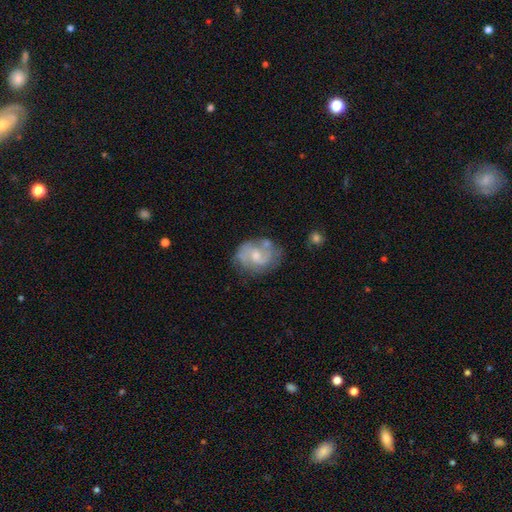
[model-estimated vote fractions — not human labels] Smooth or featured?
  - featured or disk: 64% *
  - smooth: 29%
  - star or artifact: 7%
Edge-on disk?
  - no: 97% *
  - yes: 3%
Bar?
  - no: 56% *
  - weak: 38%
  - strong: 6%
Spiral arms?
  - yes: 77% *
  - no: 23%
Bulge size?
  - moderate: 54% *
  - small: 34%
  - none: 6%
  - large: 5%
  - dominant: 1%
Merging?
  - none: 57% *
  - minor disturbance: 25%
  - major disturbance: 11%
  - merger: 7%